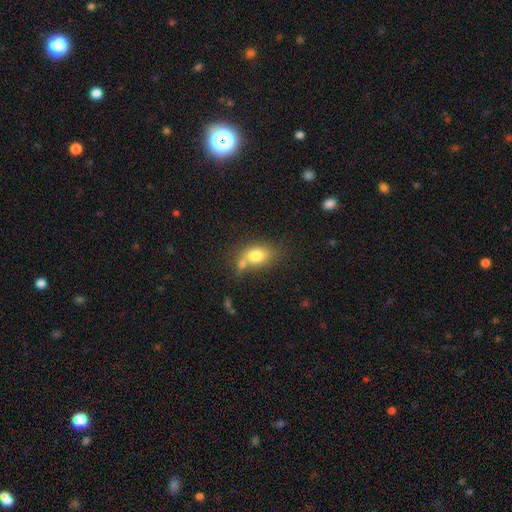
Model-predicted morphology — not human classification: type=smooth (78%); roundness=in between (76%); merging=none (44%).